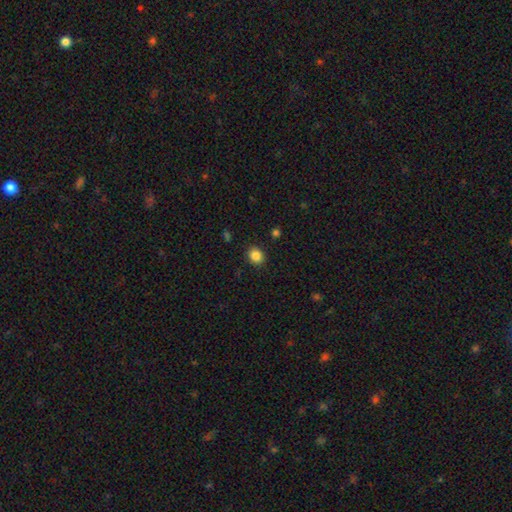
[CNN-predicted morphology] Smooth or featured?
  - smooth: 86% *
  - star or artifact: 10%
  - featured or disk: 4%
How rounded?
  - round: 61% *
  - in between: 38%
  - cigar-shaped: 1%
Merging?
  - none: 89% *
  - minor disturbance: 8%
  - major disturbance: 2%
  - merger: 1%